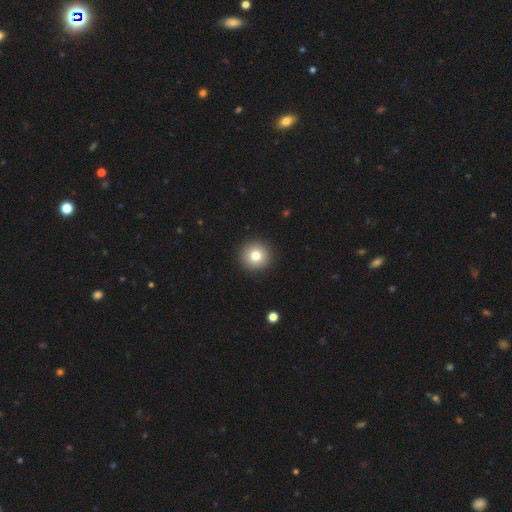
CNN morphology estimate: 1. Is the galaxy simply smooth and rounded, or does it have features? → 79% smooth, 11% featured or disk, 10% star or artifact.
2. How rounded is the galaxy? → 95% round, 4% in between, 1% cigar-shaped.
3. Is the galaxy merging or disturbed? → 93% none, 5% minor disturbance, 2% major disturbance, 1% merger.